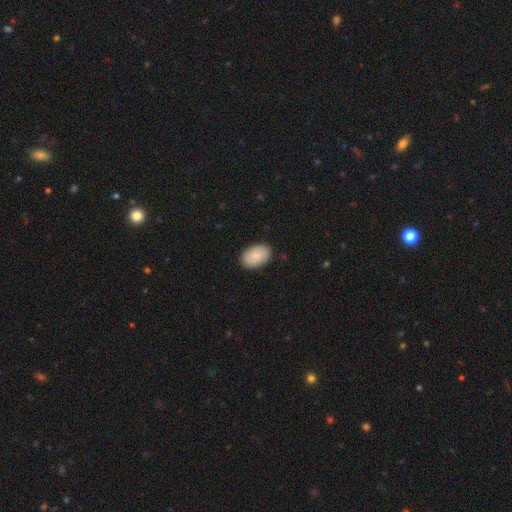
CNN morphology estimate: This is clearly a smooth galaxy (84%). How rounded: clearly in between (89%). Merging: clearly none (88%).